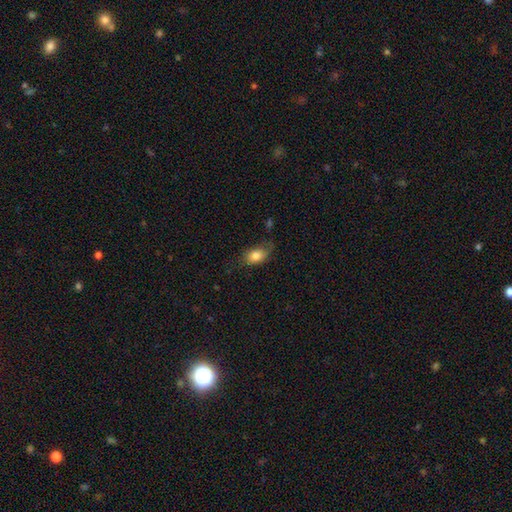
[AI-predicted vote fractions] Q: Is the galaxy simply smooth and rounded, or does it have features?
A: smooth — 81%.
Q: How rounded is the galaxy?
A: in between — 87%.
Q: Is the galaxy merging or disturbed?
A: none — 59%.